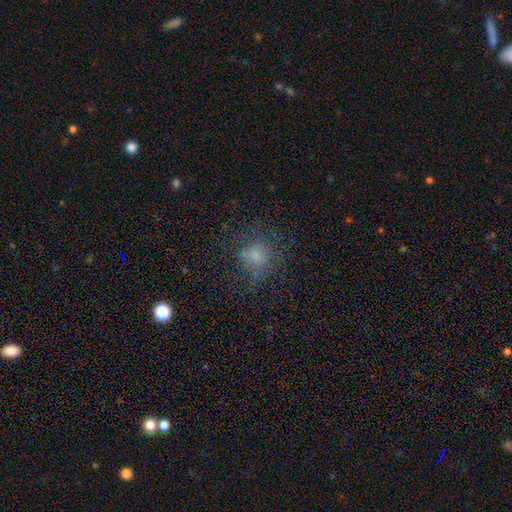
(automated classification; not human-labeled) Overall: smooth (58%; featured or disk 23%). How rounded: round (74%). Merging: none (55%; major disturbance 23%).